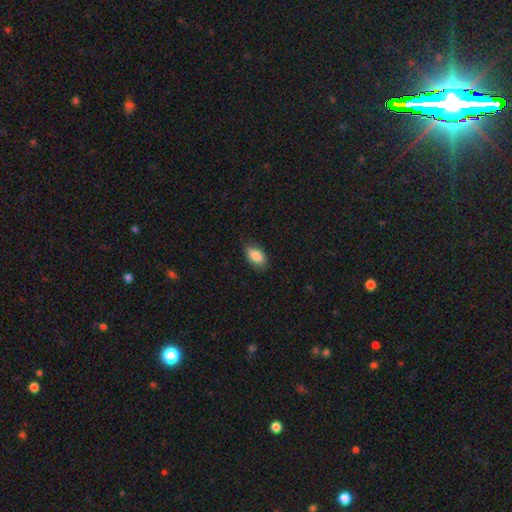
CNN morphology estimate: Smooth or featured? Predicted: smooth (p=0.87). How rounded? Predicted: in between (p=0.92). Merging? Predicted: none (p=0.80).